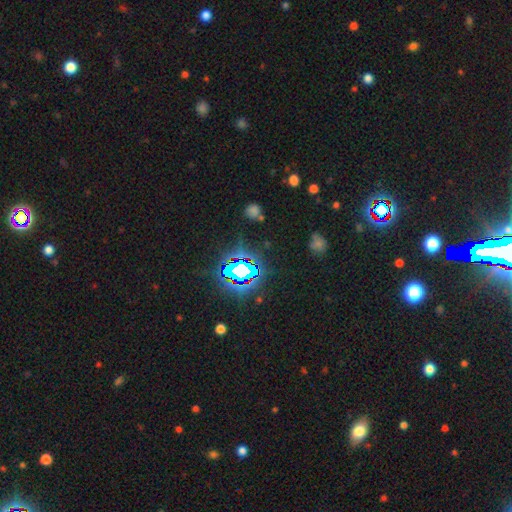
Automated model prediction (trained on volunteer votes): Q: Smooth or featured?
A: star or artifact (80%); runner-up: smooth (12%)